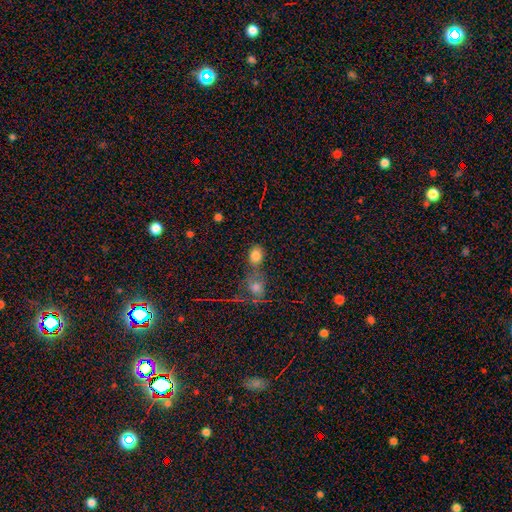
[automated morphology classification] Smooth or featured? Predicted: smooth (p=0.81). How rounded? Predicted: in between (p=0.57). Merging? Predicted: none (p=0.50).